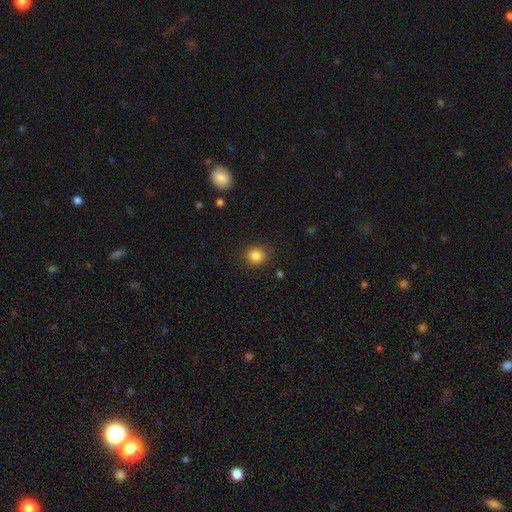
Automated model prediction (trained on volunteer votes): The model was most divided on "smooth or featured": smooth: 85%, star or artifact: 11%, featured or disk: 4%. More confident: how rounded — round (89%); merging — none (88%).